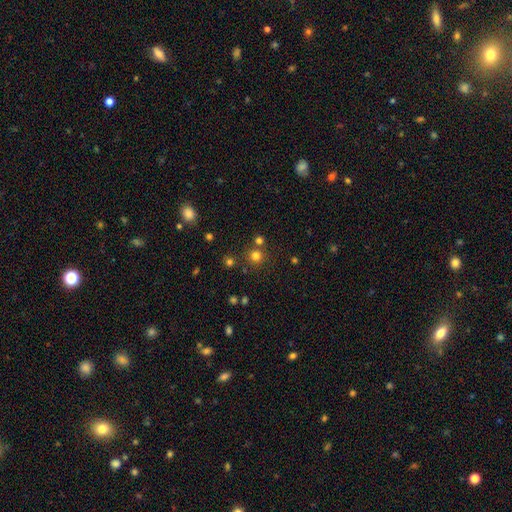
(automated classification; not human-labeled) This appears to be a smooth galaxy with no disk features (74%) that is round (93%). Merging: none (79%).